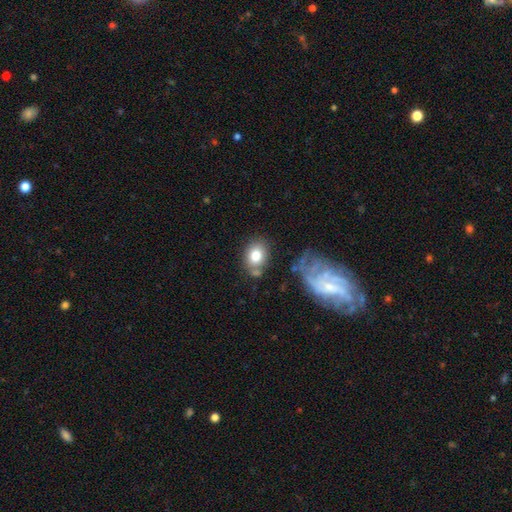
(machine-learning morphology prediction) Smooth or featured? smooth (78%)
How rounded? in between (64%)
Merging? none (66%)